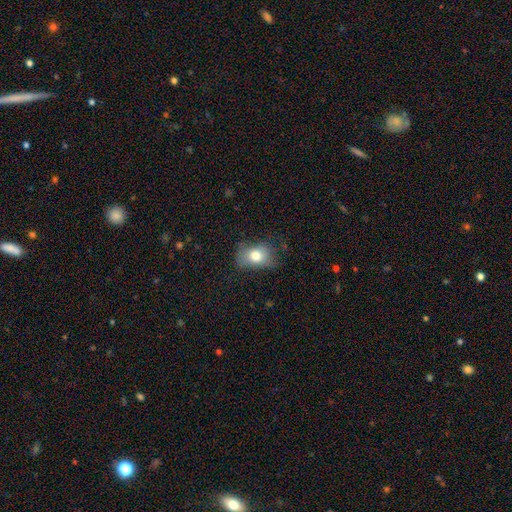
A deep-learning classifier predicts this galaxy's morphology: smooth-or-featured: smooth: 76% | featured or disk: 14% | star or artifact: 10%
  how-rounded: in between: 70% | round: 28% | cigar-shaped: 1%
  merging: none: 58% | minor disturbance: 28% | major disturbance: 12% | merger: 2%